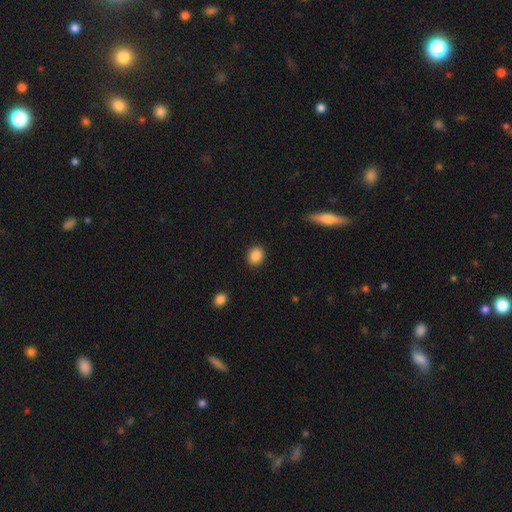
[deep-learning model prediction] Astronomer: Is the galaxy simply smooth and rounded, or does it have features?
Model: smooth — 88%.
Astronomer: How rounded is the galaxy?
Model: round — 68%.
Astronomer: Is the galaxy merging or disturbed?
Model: none — 90%.